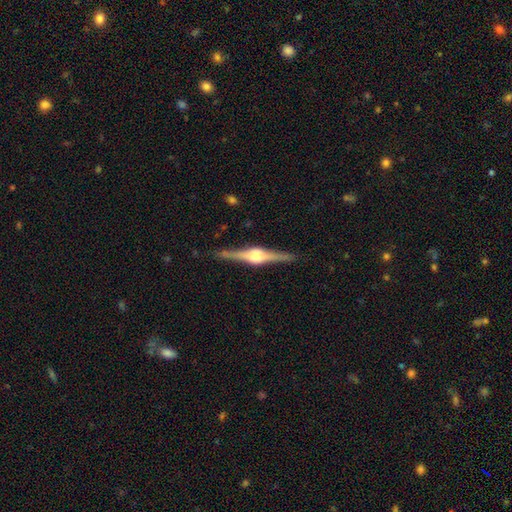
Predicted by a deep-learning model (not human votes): smooth_or_featured: featured or disk (p=0.87) [alt: smooth p=0.08]
disk_edge_on: yes (p=0.98) [alt: no p=0.02]
edge_on_bulge: rounded (p=0.90) [alt: boxy p=0.08]
merging: none (p=0.90) [alt: minor disturbance p=0.07]